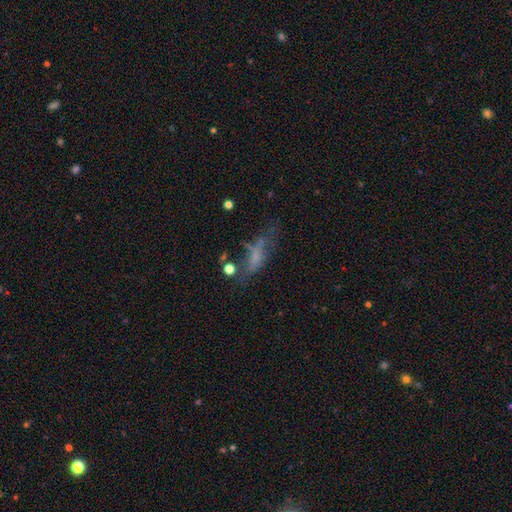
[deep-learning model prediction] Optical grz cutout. It shows a smooth galaxy with no disk features (43%). Merging: none (38%).